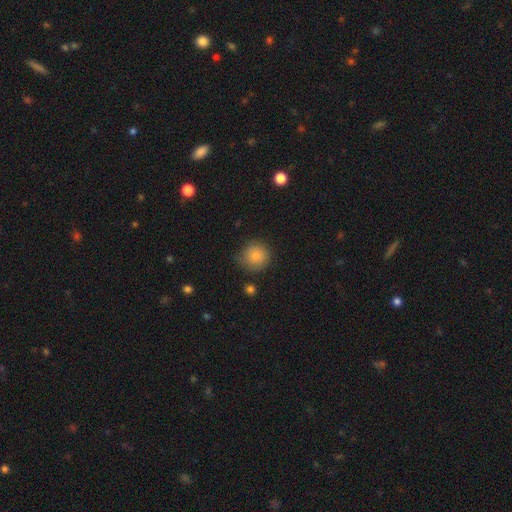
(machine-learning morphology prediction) This appears to be a smooth galaxy with no disk features (85%) that is round (90%). Merging: none (76%).